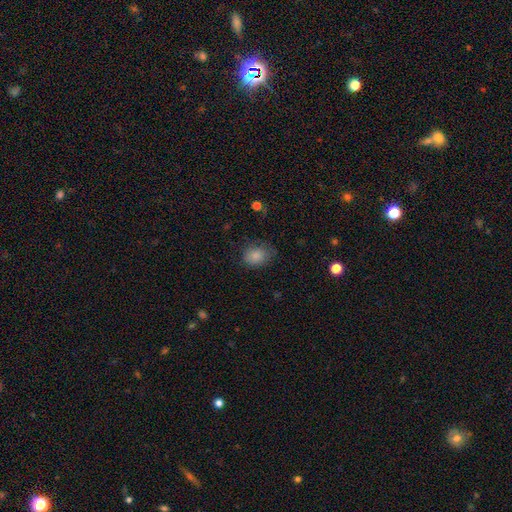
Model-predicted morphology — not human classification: Smooth or featured?
  - smooth: 85% *
  - star or artifact: 9%
  - featured or disk: 6%
How rounded?
  - in between: 56% *
  - round: 43%
  - cigar-shaped: 1%
Merging?
  - none: 72% *
  - minor disturbance: 21%
  - major disturbance: 6%
  - merger: 1%